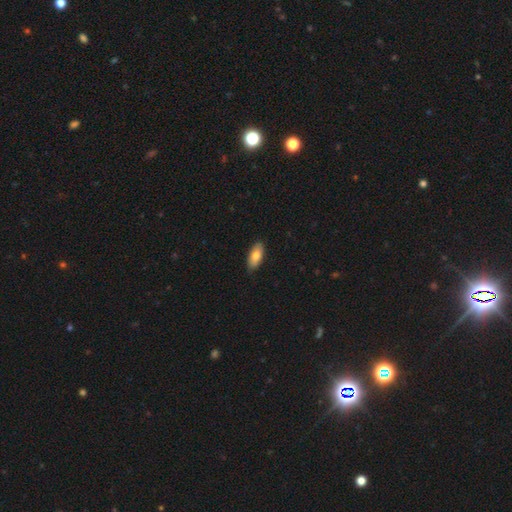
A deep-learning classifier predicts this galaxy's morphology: This appears to be a smooth galaxy with no disk features (81%) that is in between round and cigar-shaped (88%). Merging: none (88%).